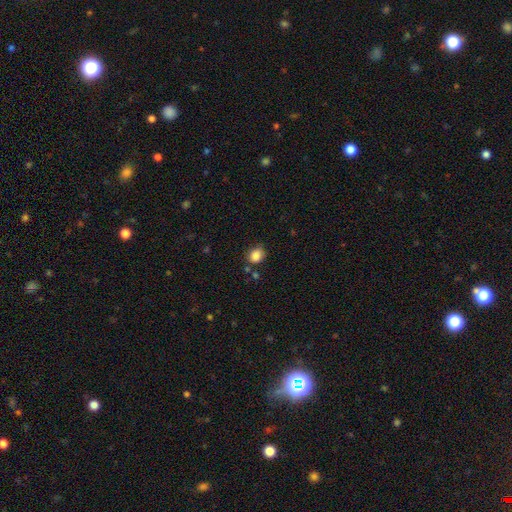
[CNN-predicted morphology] Smooth or featured? smooth (86%)
How rounded? round (63%)
Merging? none (71%)